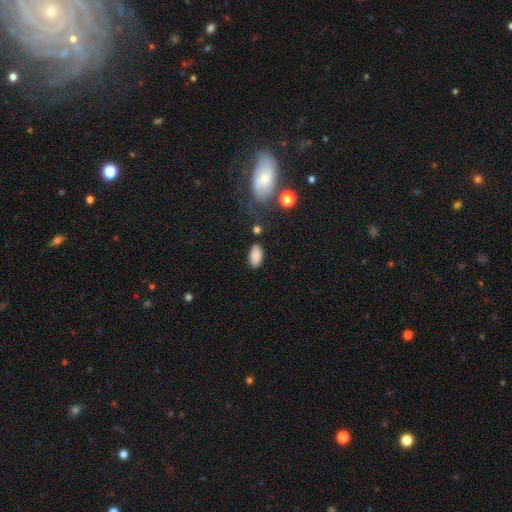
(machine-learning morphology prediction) Q: Smooth or featured?
A: smooth (86%); runner-up: star or artifact (8%)
Q: How rounded?
A: in between (93%); runner-up: round (4%)
Q: Merging?
A: none (81%); runner-up: minor disturbance (12%)